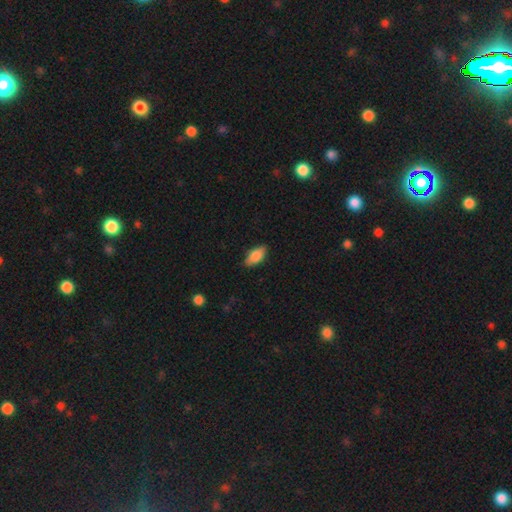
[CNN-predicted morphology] smooth 83%, featured or disk 11%, star or artifact 6%. Down the decision tree: how rounded — in between (87%); merging — none (86%).